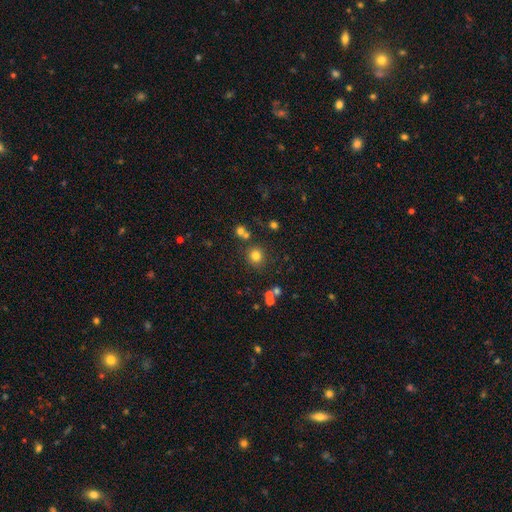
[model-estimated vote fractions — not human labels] This appears to be a smooth galaxy with no disk features (77%) that is round (92%). Merging: none (82%).